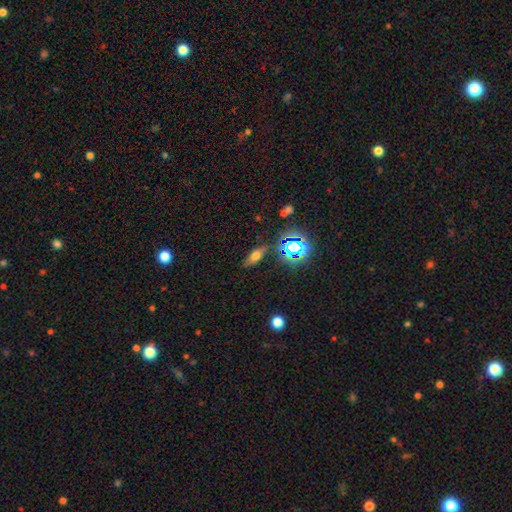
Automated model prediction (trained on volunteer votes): This is possibly a smooth galaxy (51%). How rounded: possibly in between (58%). Merging: clearly none (81%).